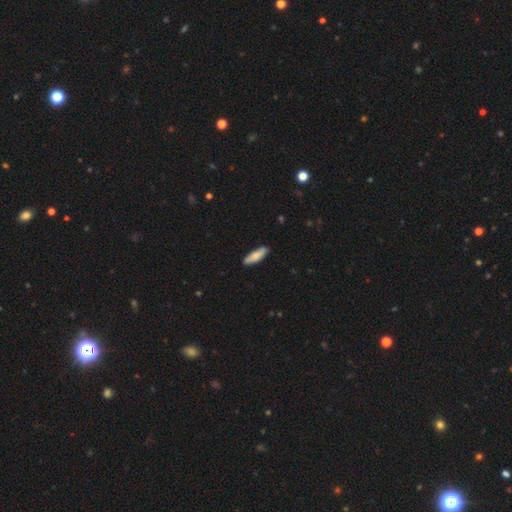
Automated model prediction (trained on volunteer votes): A smooth galaxy with no disk features (81%) that is cigar-shaped (51%). Merging: none (88%).